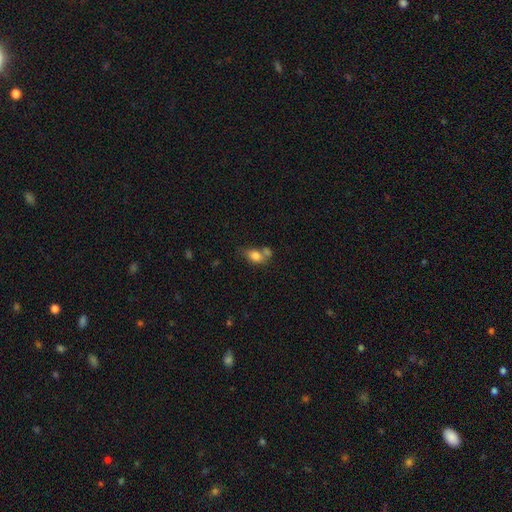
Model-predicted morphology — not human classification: smooth 80%, featured or disk 11%, star or artifact 9%. Down the decision tree: how rounded — in between (79%); merging — merger (43%).